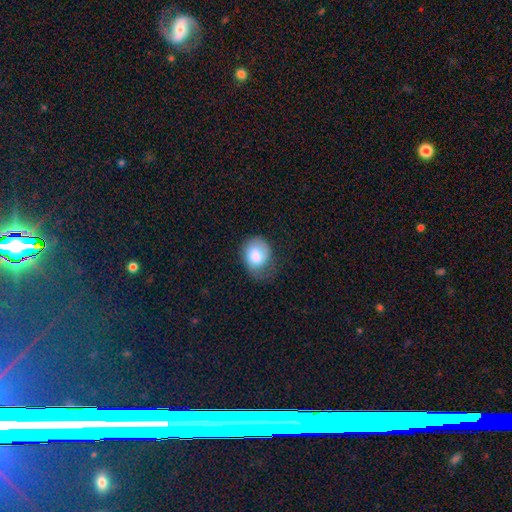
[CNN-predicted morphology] A smooth galaxy with no disk features (76%) that is round (51%). Merging: none (40%).